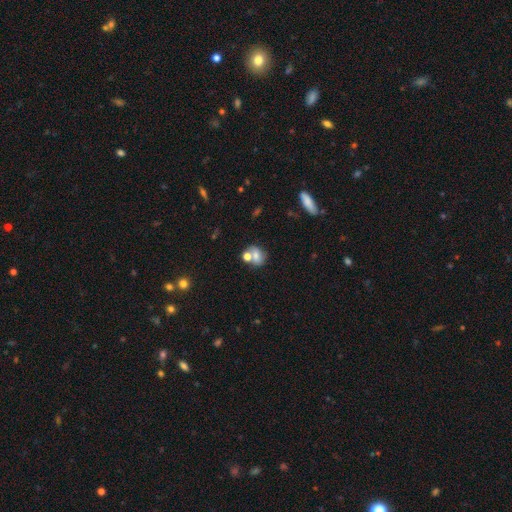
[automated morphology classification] This appears to be a smooth galaxy with no disk features (65%) that is round (57%). Merging: none (47%).